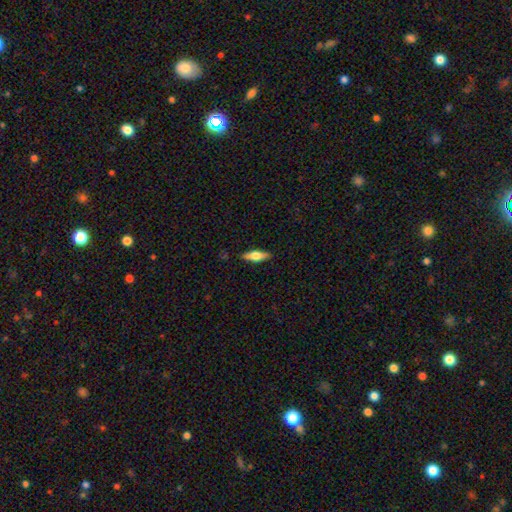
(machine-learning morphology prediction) Smooth or featured?
  - smooth: 54% *
  - featured or disk: 40%
  - star or artifact: 6%
How rounded?
  - in between: 52% *
  - cigar-shaped: 46%
  - round: 3%
Merging?
  - none: 87% *
  - minor disturbance: 9%
  - major disturbance: 2%
  - merger: 1%